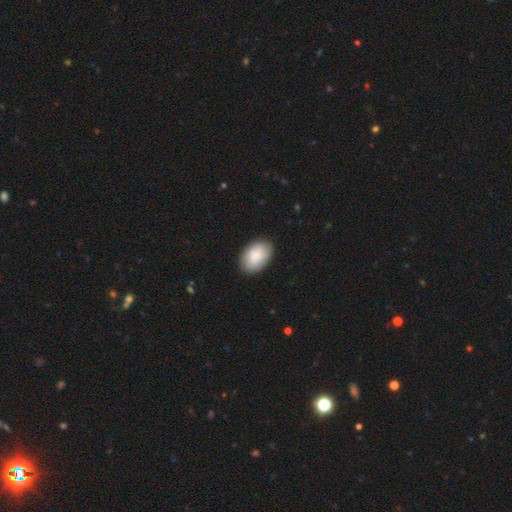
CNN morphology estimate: Smooth or featured? smooth (86%)
How rounded? in between (89%)
Merging? none (85%)